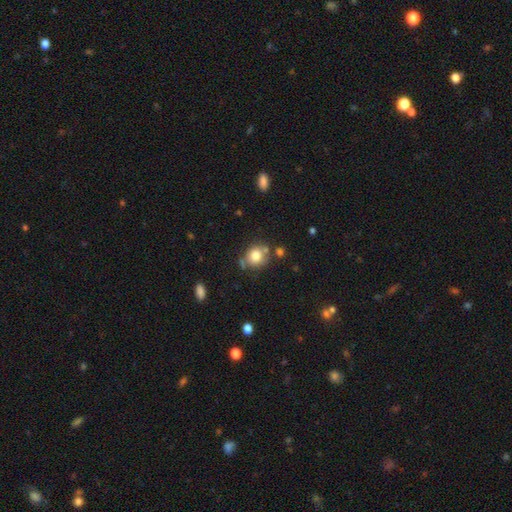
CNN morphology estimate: smooth 78%, featured or disk 11%, star or artifact 10%. Down the decision tree: how rounded — round (79%); merging — none (65%).